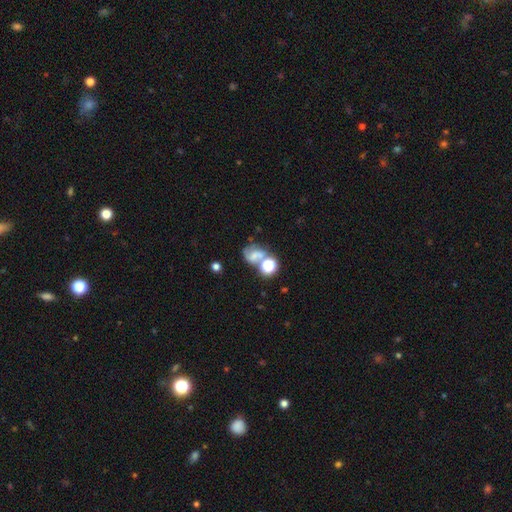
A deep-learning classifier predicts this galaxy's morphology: A featured or disk galaxy (41%).

Vote fractions:
- Smooth or featured? featured or disk: 41% / smooth: 39% / star or artifact: 20%
- Merging? merger: 36% / none: 33% / major disturbance: 16% / minor disturbance: 15%